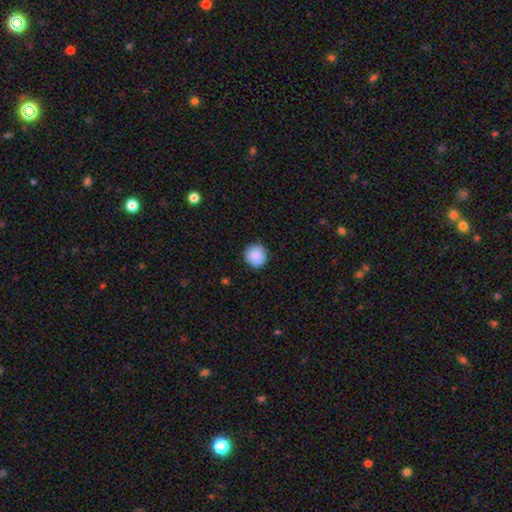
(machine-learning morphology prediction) The model was most divided on "smooth or featured": smooth: 88%, star or artifact: 8%, featured or disk: 5%. More confident: how rounded — round (94%); merging — none (89%).